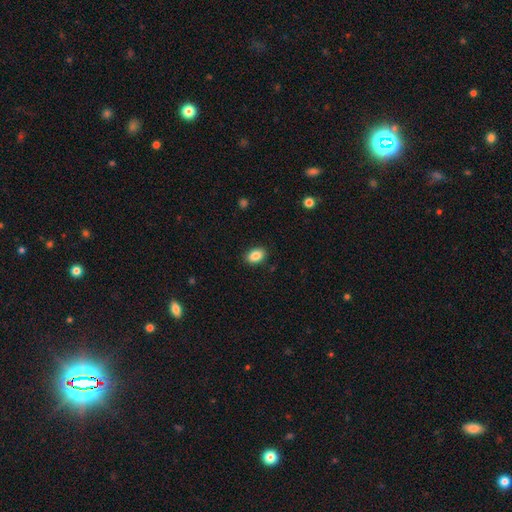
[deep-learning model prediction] Overall: smooth (88%). How rounded: in between (86%). Merging: none (89%).